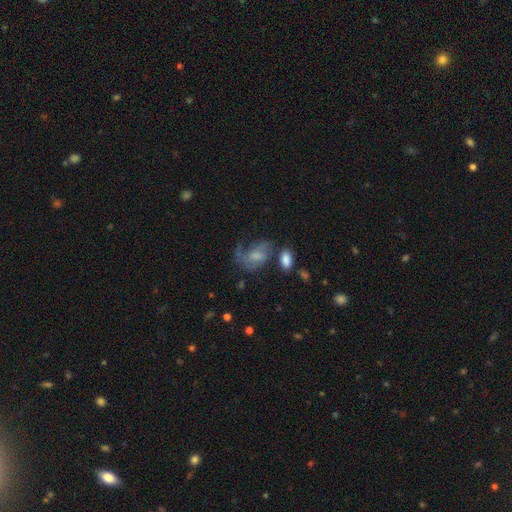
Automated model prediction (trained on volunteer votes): Overall: featured or disk (50%; smooth 40%). Merging: major disturbance (35%; none 32%).